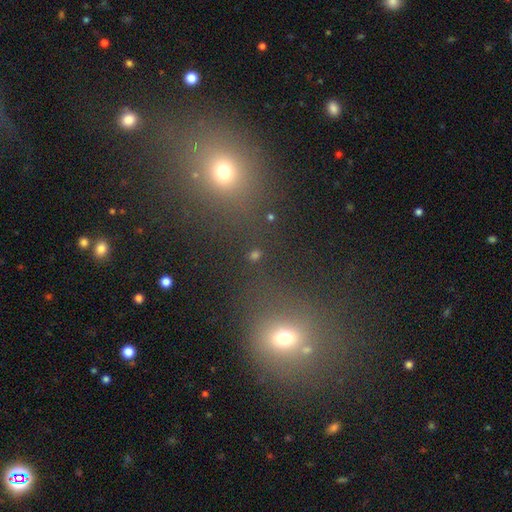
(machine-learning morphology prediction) smooth-or-featured: smooth: 52% | star or artifact: 37% | featured or disk: 10%
  how-rounded: round: 71% | in between: 28% | cigar-shaped: 2%
  merging: none: 52% | merger: 33% | minor disturbance: 9% | major disturbance: 6%